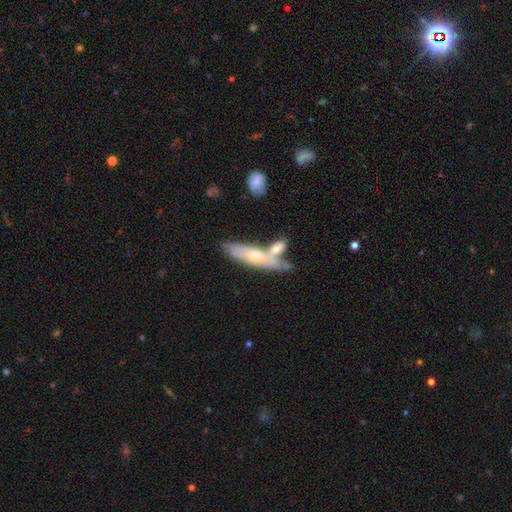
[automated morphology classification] Smooth or featured?
  - featured or disk: 51% *
  - smooth: 43%
  - star or artifact: 6%
Edge-on disk?
  - yes: 54% *
  - no: 46%
Merging?
  - merger: 40% *
  - none: 39%
  - minor disturbance: 16%
  - major disturbance: 6%